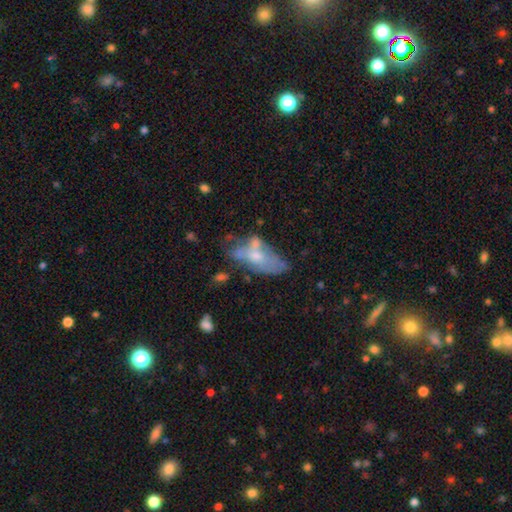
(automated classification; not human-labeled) Smooth or featured? featured or disk (50%)
Edge-on disk? no (88%)
Merging? none (31%)